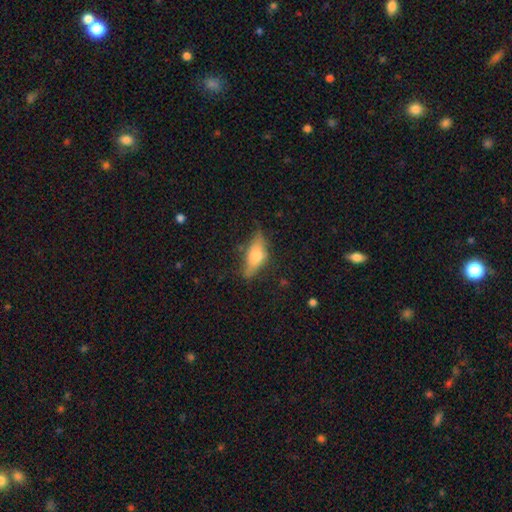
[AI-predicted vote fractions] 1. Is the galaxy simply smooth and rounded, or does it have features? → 51% smooth, 41% featured or disk, 8% star or artifact.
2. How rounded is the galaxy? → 64% in between, 32% cigar-shaped, 4% round.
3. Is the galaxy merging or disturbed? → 64% none, 26% minor disturbance, 8% major disturbance, 2% merger.